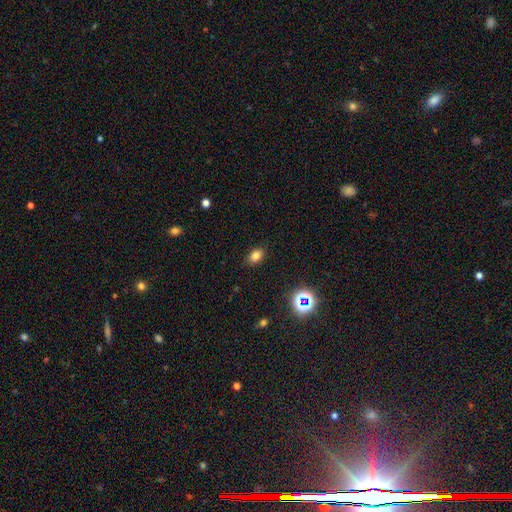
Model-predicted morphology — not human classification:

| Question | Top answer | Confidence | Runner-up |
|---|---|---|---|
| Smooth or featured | smooth | 78% | star or artifact (16%) |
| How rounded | in between | 80% | round (19%) |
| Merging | none | 86% | minor disturbance (10%) |